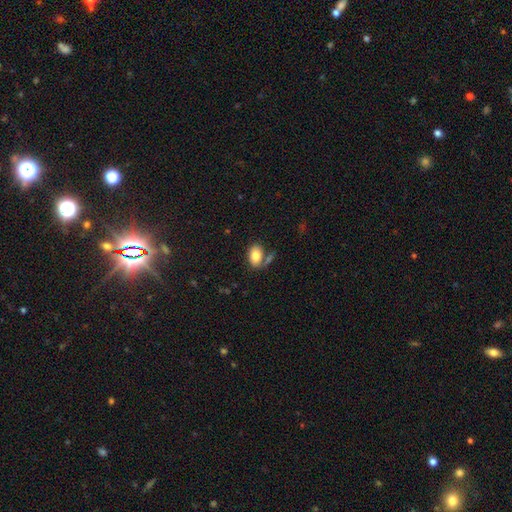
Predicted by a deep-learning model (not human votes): A smooth galaxy with no disk features (83%) that is in between round and cigar-shaped (89%). Merging: none (62%).